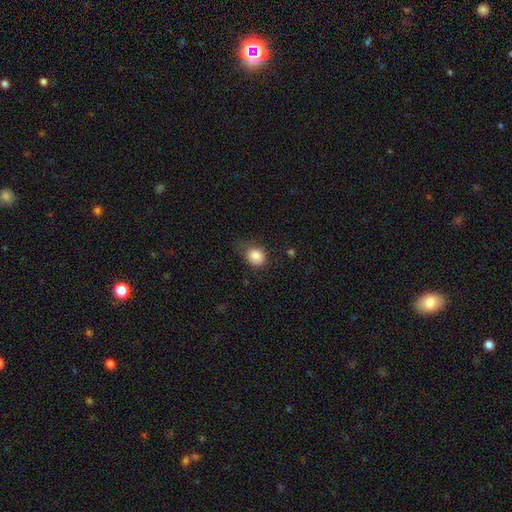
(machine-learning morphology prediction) This appears to be a smooth galaxy with no disk features (84%) that is round (70%). Merging: none (56%).